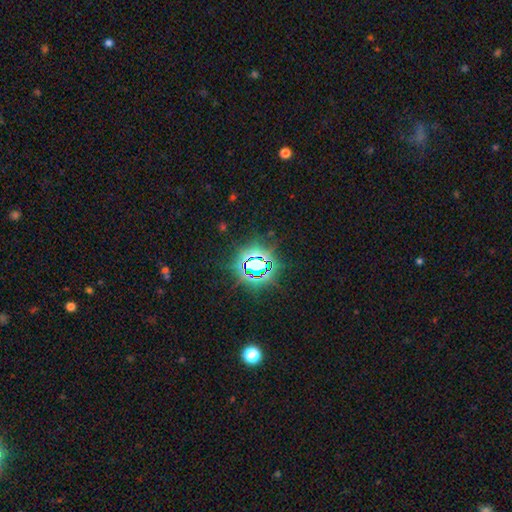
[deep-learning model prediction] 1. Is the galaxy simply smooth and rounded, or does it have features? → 78% star or artifact, 14% smooth, 8% featured or disk.